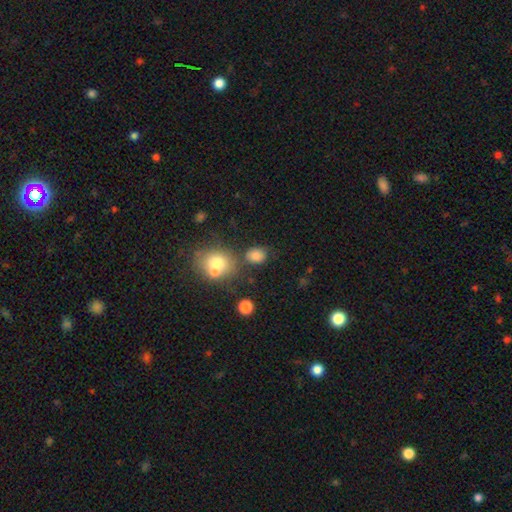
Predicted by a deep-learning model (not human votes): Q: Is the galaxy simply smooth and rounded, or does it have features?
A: smooth — 80%.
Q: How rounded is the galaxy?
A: round — 50%.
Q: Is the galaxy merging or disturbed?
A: none — 68%.